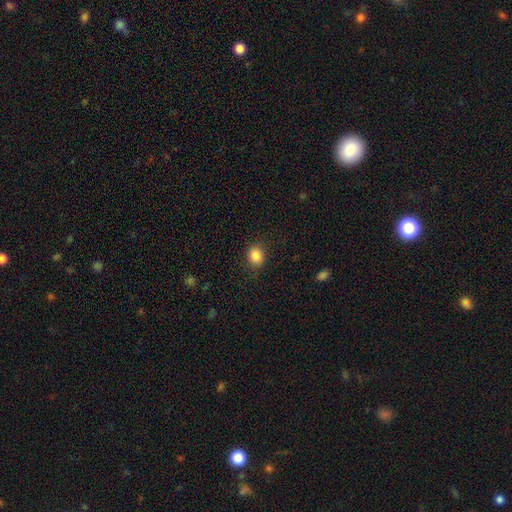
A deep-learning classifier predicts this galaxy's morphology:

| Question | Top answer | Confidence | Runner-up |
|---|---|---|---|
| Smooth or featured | smooth | 86% | star or artifact (10%) |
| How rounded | round | 68% | in between (31%) |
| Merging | none | 87% | minor disturbance (9%) |